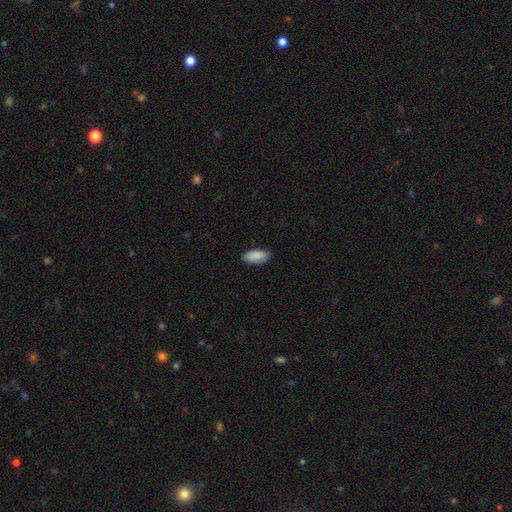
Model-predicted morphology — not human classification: A smooth galaxy with no disk features (90%) that is in between round and cigar-shaped (92%). Merging: none (87%).